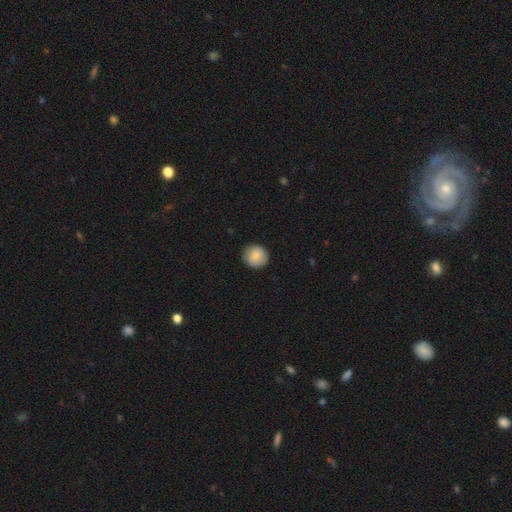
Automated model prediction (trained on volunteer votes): Smooth or featured?
  - smooth: 82% *
  - featured or disk: 11%
  - star or artifact: 7%
How rounded?
  - round: 93% *
  - in between: 6%
  - cigar-shaped: 1%
Merging?
  - none: 89% *
  - minor disturbance: 8%
  - major disturbance: 2%
  - merger: 1%